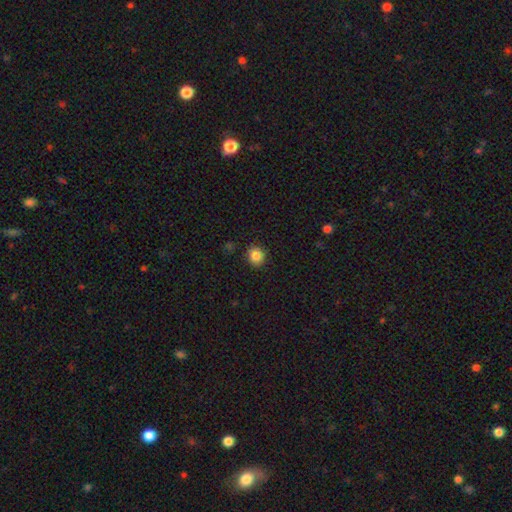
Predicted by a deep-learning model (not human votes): A smooth galaxy with no disk features (86%) that is round (86%). Merging: none (89%).